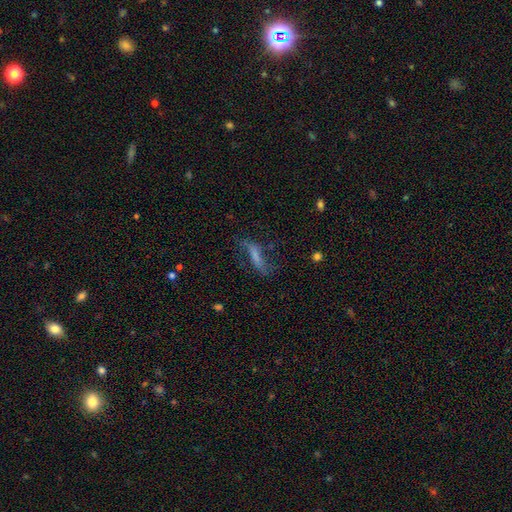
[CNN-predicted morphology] Q: Smooth or featured?
A: smooth (44%); runner-up: featured or disk (43%)
Q: Merging?
A: none (49%); runner-up: major disturbance (24%)